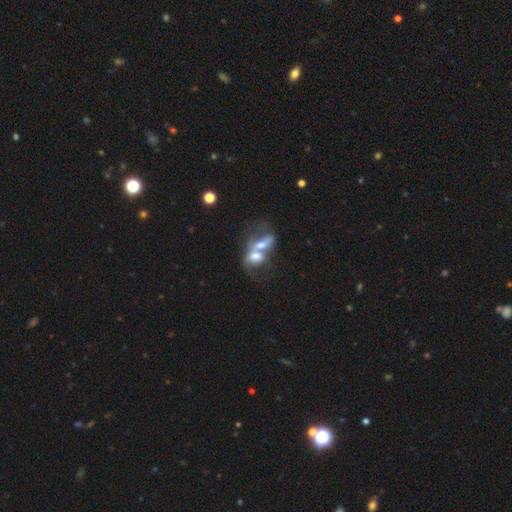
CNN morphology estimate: The model was most divided on "smooth or featured": smooth: 55%, featured or disk: 36%, star or artifact: 9%. More confident: merging — merger (81%); how rounded — in between (74%).